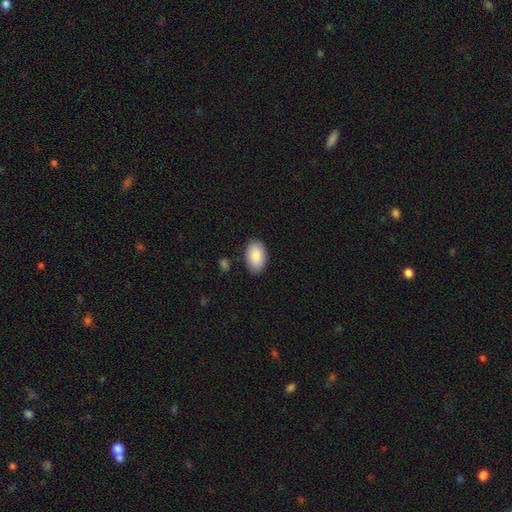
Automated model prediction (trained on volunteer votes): A smooth galaxy with no disk features (90%) that is in between round and cigar-shaped (94%).

Vote fractions:
- Smooth or featured? smooth: 90% / star or artifact: 6% / featured or disk: 5%
- How rounded? in between: 94% / round: 5% / cigar-shaped: 1%
- Merging? none: 87% / minor disturbance: 10% / major disturbance: 2% / merger: 1%